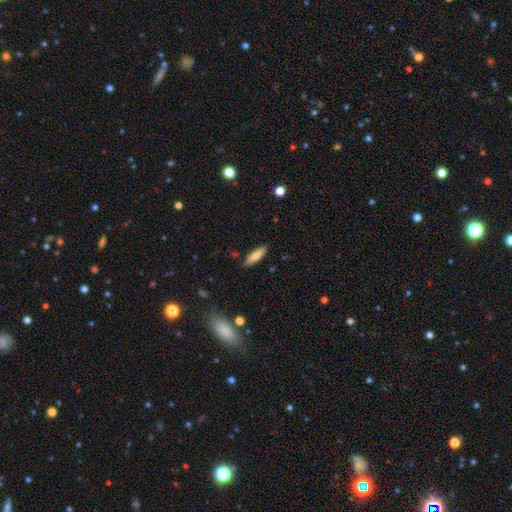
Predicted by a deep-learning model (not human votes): Overall: smooth (80%). How rounded: cigar-shaped (57%; in between 41%). Merging: none (86%).